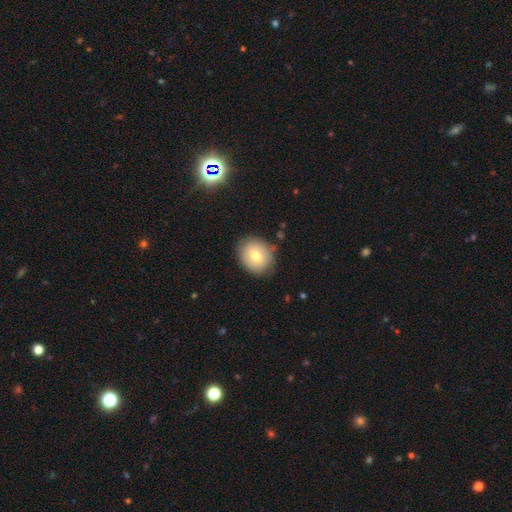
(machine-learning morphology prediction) smooth_or_featured: smooth (p=0.71) [alt: featured or disk p=0.21]
how_rounded: round (p=0.73) [alt: in between p=0.26]
merging: none (p=0.83) [alt: minor disturbance p=0.12]